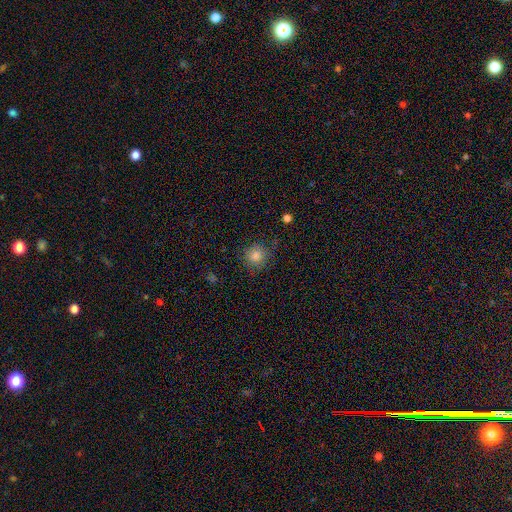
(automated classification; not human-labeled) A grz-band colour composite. It shows a smooth galaxy with no disk features (82%) that is round (92%). Merging: none (80%).